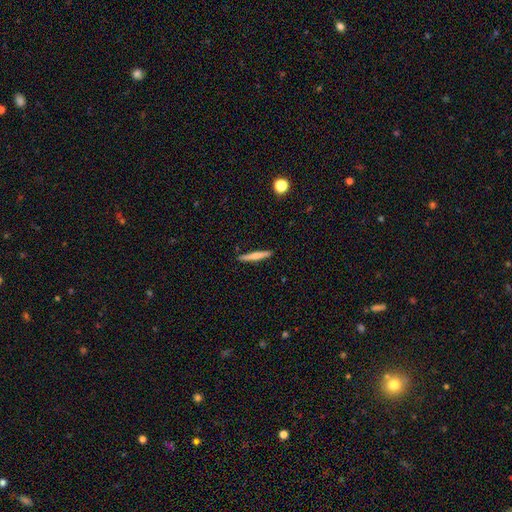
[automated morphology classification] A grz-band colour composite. It shows a smooth galaxy with no disk features (56%) that is cigar-shaped (94%). Merging: none (91%).